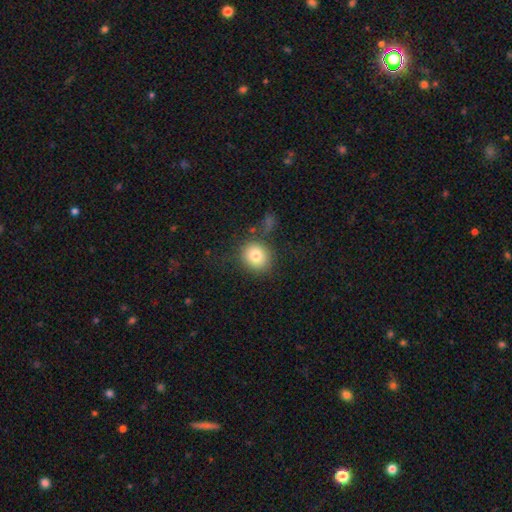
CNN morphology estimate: The model was most divided on "merging": none: 75%, minor disturbance: 13%, major disturbance: 7%, merger: 6%. More confident: how rounded — round (82%); smooth or featured — smooth (80%).